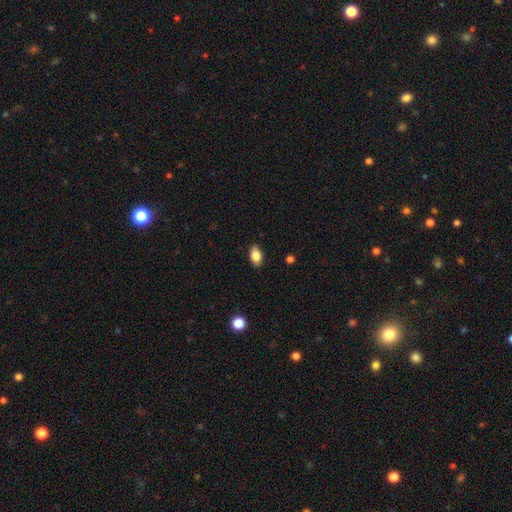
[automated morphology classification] Q: Smooth or featured?
A: smooth (85%); runner-up: star or artifact (8%)
Q: How rounded?
A: in between (91%); runner-up: round (7%)
Q: Merging?
A: none (89%); runner-up: minor disturbance (9%)